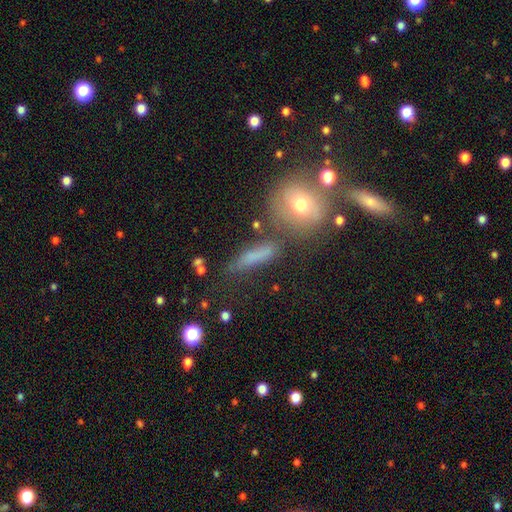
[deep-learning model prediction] Morphology: type=smooth (65%); roundness=cigar-shaped (63%); merging=none (62%).